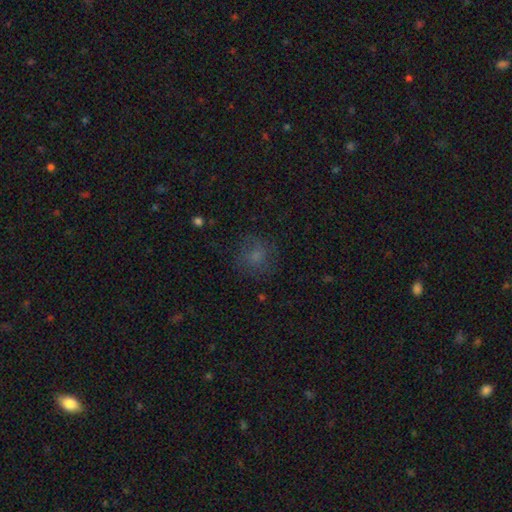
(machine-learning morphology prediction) This appears to be a smooth galaxy with no disk features (66%) that is round (81%). Merging: none (72%).